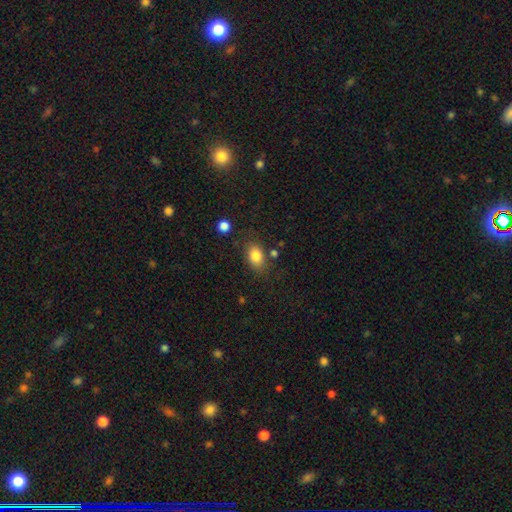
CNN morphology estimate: This appears to be a smooth galaxy with no disk features (84%) that is in between round and cigar-shaped (76%). Merging: none (77%).